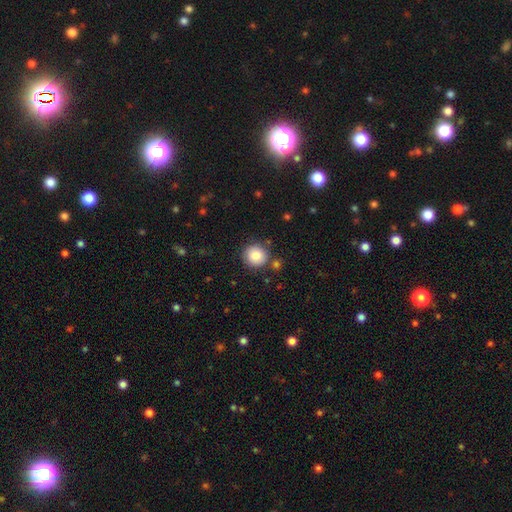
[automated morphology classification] Smooth or featured?
  - smooth: 82% *
  - star or artifact: 9%
  - featured or disk: 9%
How rounded?
  - round: 93% *
  - in between: 6%
  - cigar-shaped: 1%
Merging?
  - none: 84% *
  - minor disturbance: 8%
  - merger: 5%
  - major disturbance: 2%